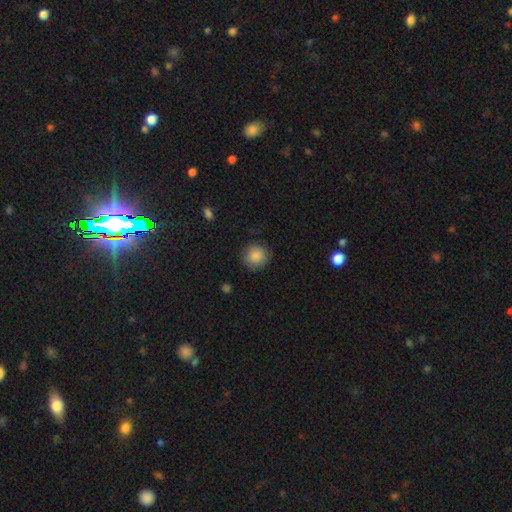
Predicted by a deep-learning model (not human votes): smooth_or_featured: smooth (p=0.87) [alt: star or artifact p=0.08]
how_rounded: round (p=0.91) [alt: in between p=0.08]
merging: none (p=0.84) [alt: minor disturbance p=0.11]